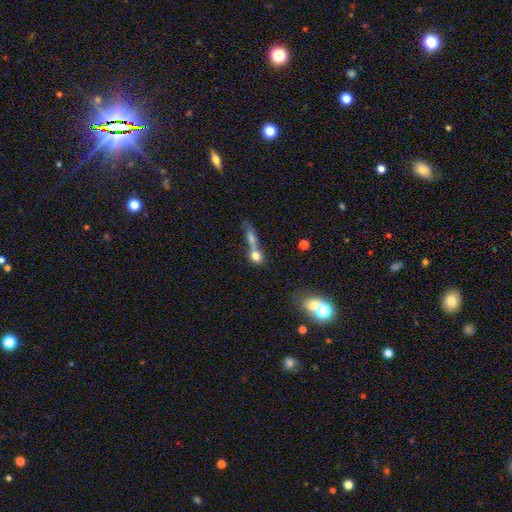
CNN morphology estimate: Overall: smooth (69%). How rounded: round (62%; in between 23%). Merging: merger (50%; none 35%).